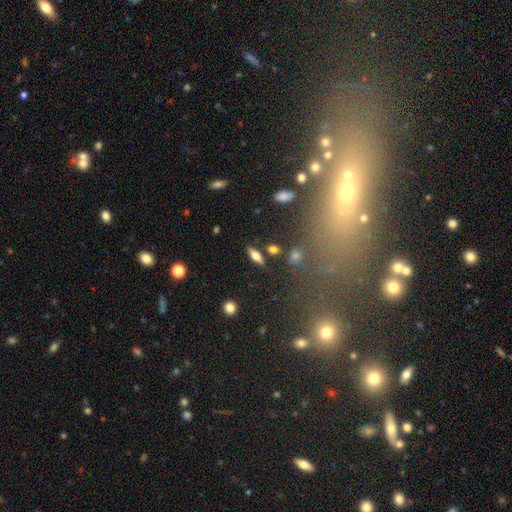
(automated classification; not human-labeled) Smooth or featured? Predicted: smooth (p=0.56). How rounded? Predicted: in between (p=0.59). Merging? Predicted: none (p=0.83).